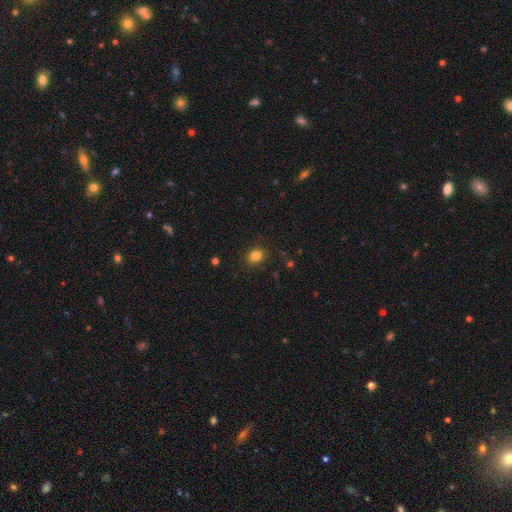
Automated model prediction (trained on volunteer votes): Smooth or featured? smooth (83%)
How rounded? round (53%)
Merging? none (87%)